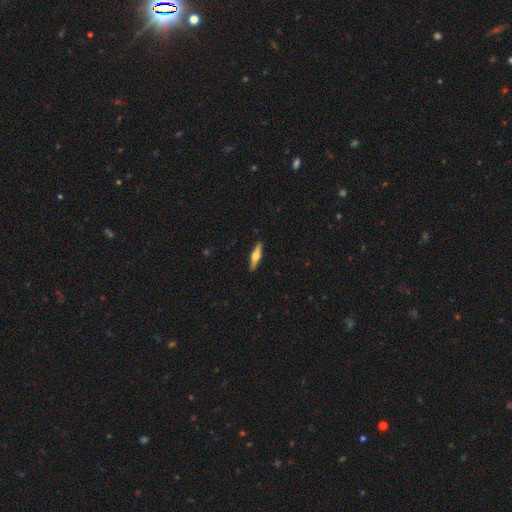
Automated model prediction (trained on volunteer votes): Smooth or featured: featured or disk — 54% (smooth — 41%)
Edge-on disk: yes — 95% (no — 5%)
Edge-on bulge: rounded — 93% (boxy — 4%)
Merging: none — 91% (minor disturbance — 6%)